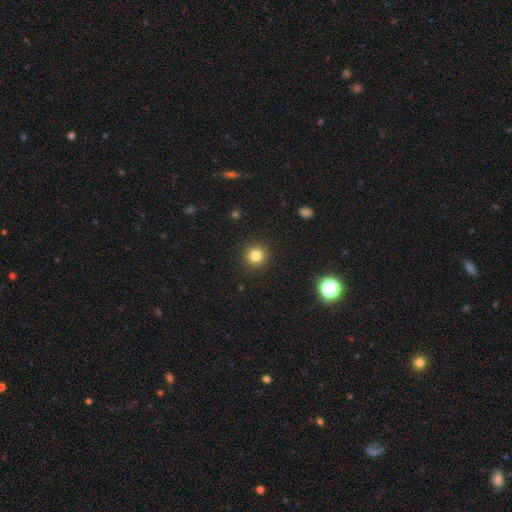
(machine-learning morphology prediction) This is clearly a smooth galaxy (81%). How rounded: clearly round (94%). Merging: clearly none (92%).